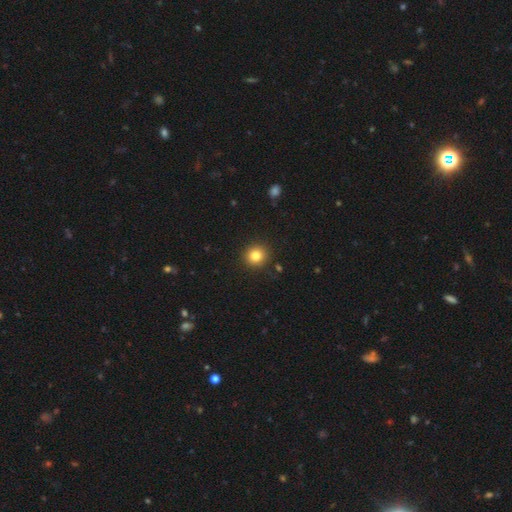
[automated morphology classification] smooth-or-featured: smooth: 82% | star or artifact: 12% | featured or disk: 6%
  how-rounded: round: 93% | in between: 6% | cigar-shaped: 1%
  merging: none: 91% | minor disturbance: 6% | major disturbance: 2% | merger: 1%